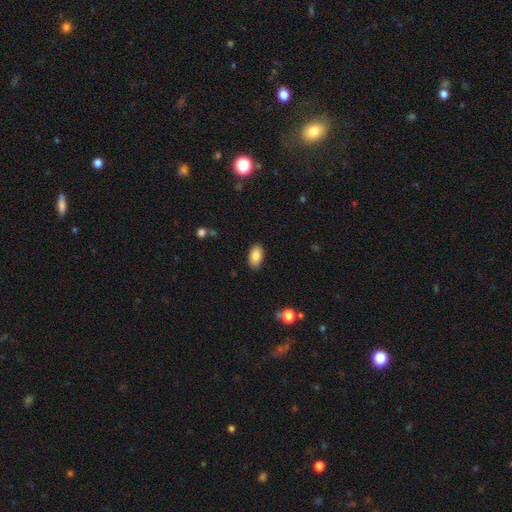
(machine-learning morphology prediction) Smooth or featured? Predicted: smooth (p=0.88). How rounded? Predicted: in between (p=0.94). Merging? Predicted: none (p=0.85).